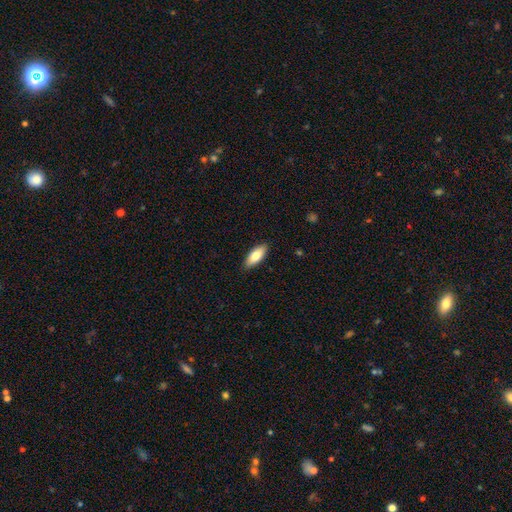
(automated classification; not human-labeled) This appears to be a smooth galaxy with no disk features (81%) that is in between round and cigar-shaped (78%). Merging: none (88%).